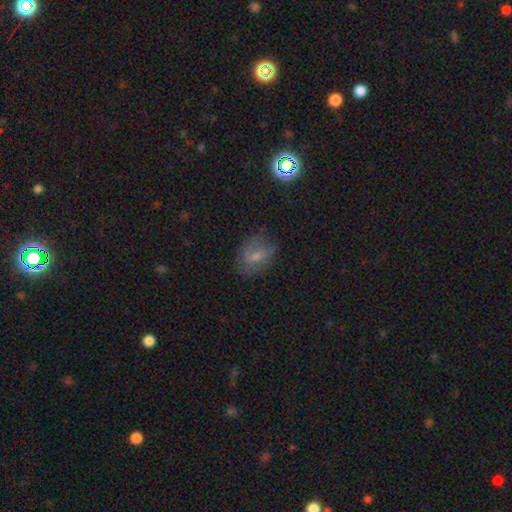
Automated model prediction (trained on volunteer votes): Smooth or featured: smooth — 44% (featured or disk — 43%)
Merging: none — 60% (minor disturbance — 25%)